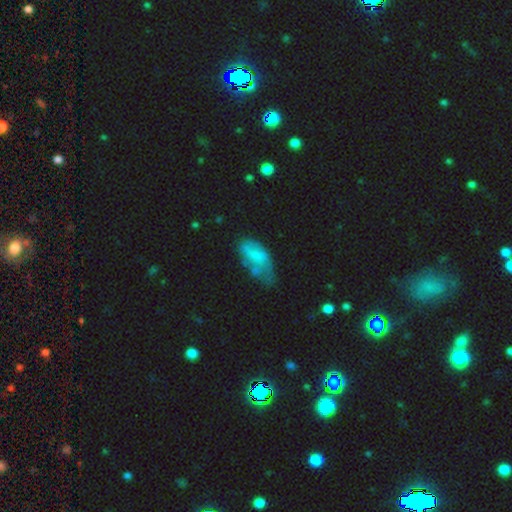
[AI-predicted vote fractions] A smooth galaxy with no disk features (54%) that is in between round and cigar-shaped (89%).

Vote fractions:
- Smooth or featured? smooth: 54% / featured or disk: 37% / star or artifact: 9%
- How rounded? in between: 89% / cigar-shaped: 8% / round: 3%
- Merging? minor disturbance: 36% / major disturbance: 29% / none: 29% / merger: 7%